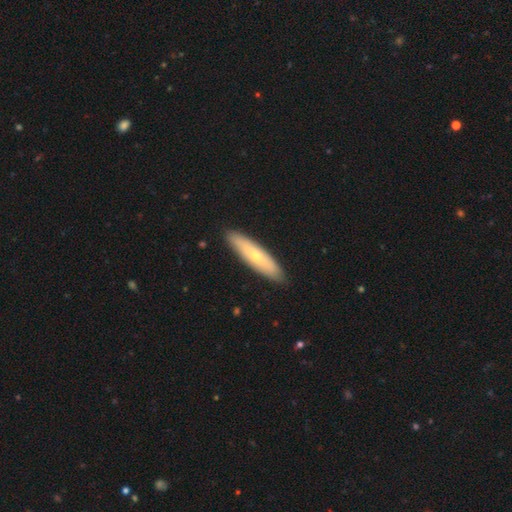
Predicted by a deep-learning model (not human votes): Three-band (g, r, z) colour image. It shows a smooth galaxy with no disk features (54%) that is cigar-shaped (75%). Merging: none (89%).